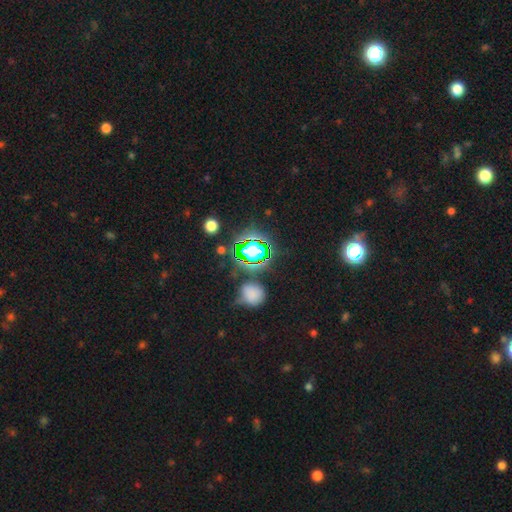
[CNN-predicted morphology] Smooth or featured?
  - star or artifact: 65% *
  - smooth: 25%
  - featured or disk: 10%